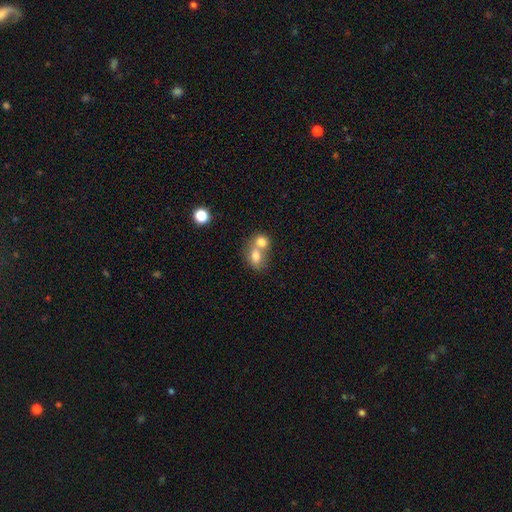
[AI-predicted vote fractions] smooth-or-featured: smooth: 74% | featured or disk: 16% | star or artifact: 10%
  how-rounded: in between: 51% | round: 48% | cigar-shaped: 1%
  merging: merger: 64% | none: 26% | minor disturbance: 6% | major disturbance: 3%